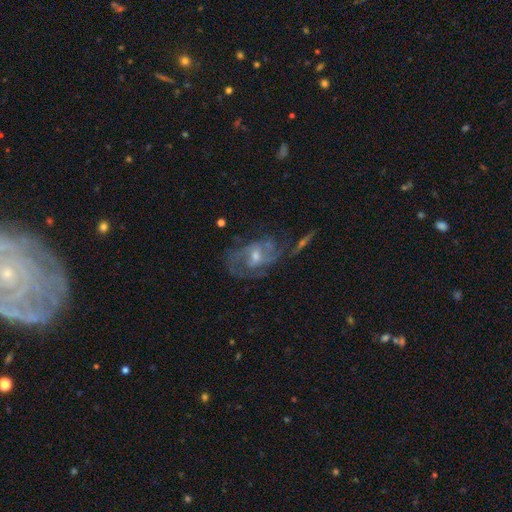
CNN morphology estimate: The model was most divided on "bulge size": moderate: 49%, small: 43%, none: 4%, large: 3%, dominant: 1%. Remaining: edge-on disk — no (96%); spiral arms — yes (84%); smooth or featured — featured or disk (78%); merging — none (52%); bar — weak (48%); spiral winding — medium (46%); spiral arm count — 2 (42%).